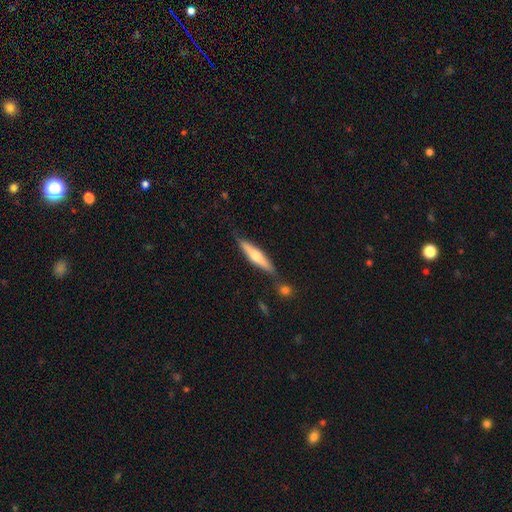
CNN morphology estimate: A featured or disk galaxy (50%) viewed edge-on (94%).

Vote fractions:
- Smooth or featured? featured or disk: 50% / smooth: 44% / star or artifact: 6%
- Edge-on disk? yes: 94% / no: 6%
- Merging? none: 76% / minor disturbance: 13% / merger: 8% / major disturbance: 3%